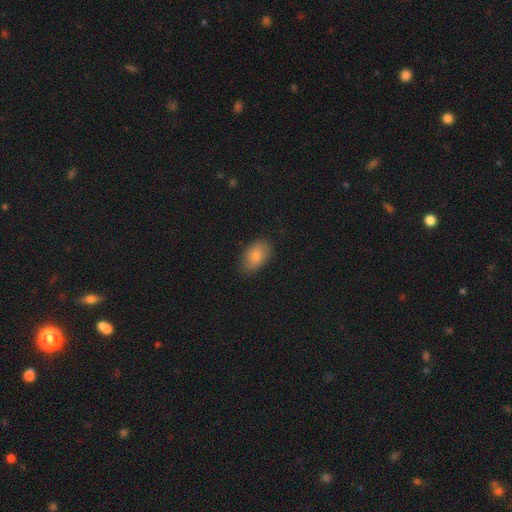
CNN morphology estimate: smooth_or_featured: smooth (p=0.80) [alt: featured or disk p=0.12]
how_rounded: in between (p=0.91) [alt: round p=0.07]
merging: none (p=0.83) [alt: minor disturbance p=0.13]